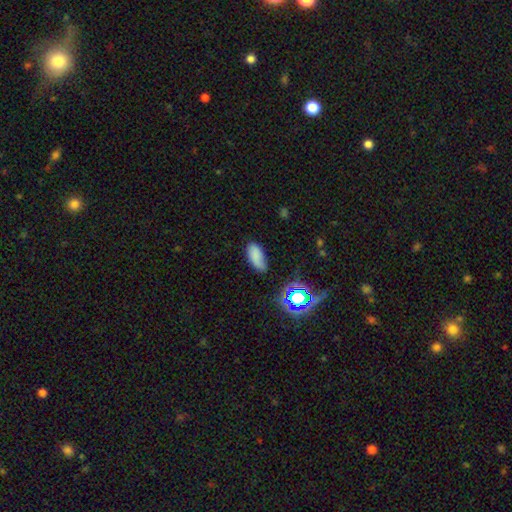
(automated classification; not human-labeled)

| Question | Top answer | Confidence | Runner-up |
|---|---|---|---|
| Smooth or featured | smooth | 75% | star or artifact (15%) |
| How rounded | in between | 88% | cigar-shaped (8%) |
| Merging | none | 69% | minor disturbance (22%) |